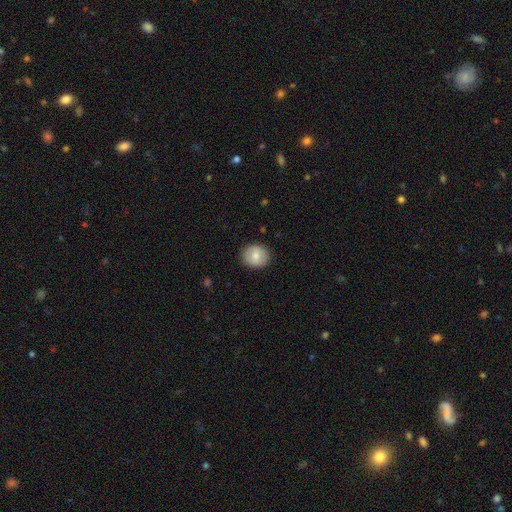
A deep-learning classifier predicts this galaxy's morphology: smooth-or-featured: smooth: 77% | featured or disk: 16% | star or artifact: 7%
  how-rounded: round: 76% | in between: 23% | cigar-shaped: 1%
  merging: none: 89% | minor disturbance: 8% | major disturbance: 2% | merger: 1%